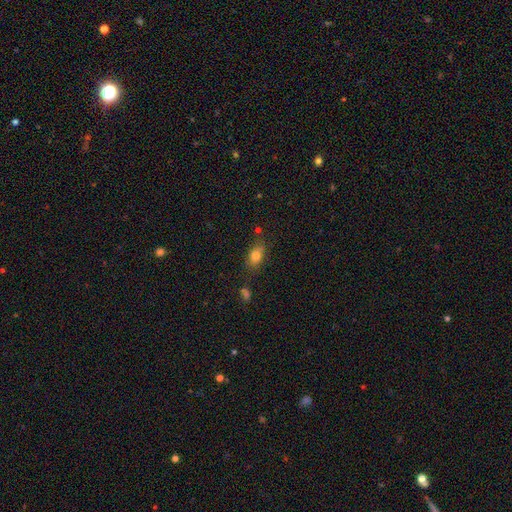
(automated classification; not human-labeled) Overall: smooth (78%). How rounded: in between (79%). Merging: none (73%).